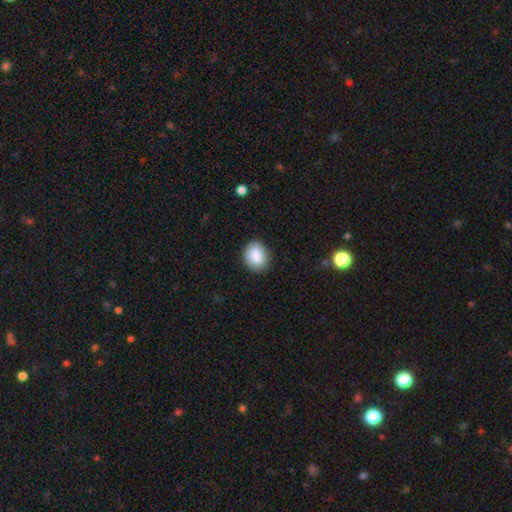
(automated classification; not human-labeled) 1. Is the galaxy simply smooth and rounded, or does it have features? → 87% smooth, 7% star or artifact, 6% featured or disk.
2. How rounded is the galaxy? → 52% in between, 47% round, 1% cigar-shaped.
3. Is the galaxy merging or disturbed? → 84% none, 12% minor disturbance, 3% major disturbance, 1% merger.